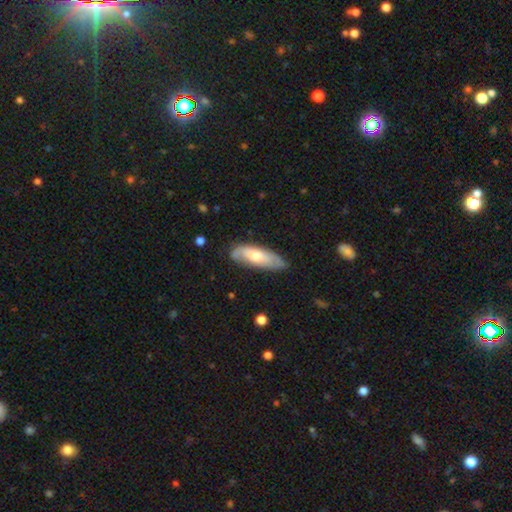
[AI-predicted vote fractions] Smooth or featured? Predicted: smooth (p=0.51). How rounded? Predicted: in between (p=0.62). Merging? Predicted: none (p=0.70).